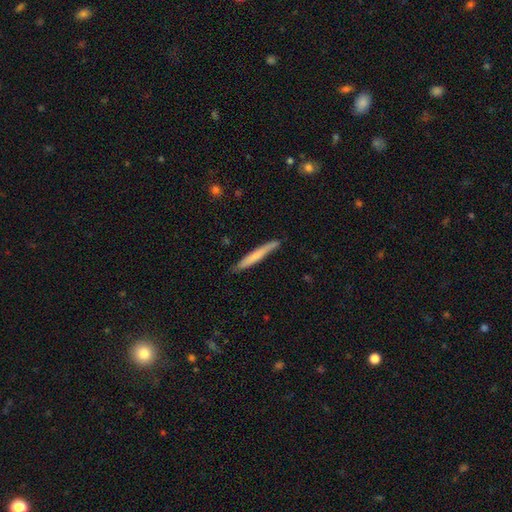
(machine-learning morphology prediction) smooth-or-featured: smooth: 61% | featured or disk: 33% | star or artifact: 5%
  how-rounded: cigar-shaped: 96% | in between: 3% | round: 1%
  merging: none: 83% | minor disturbance: 13% | major disturbance: 2% | merger: 1%